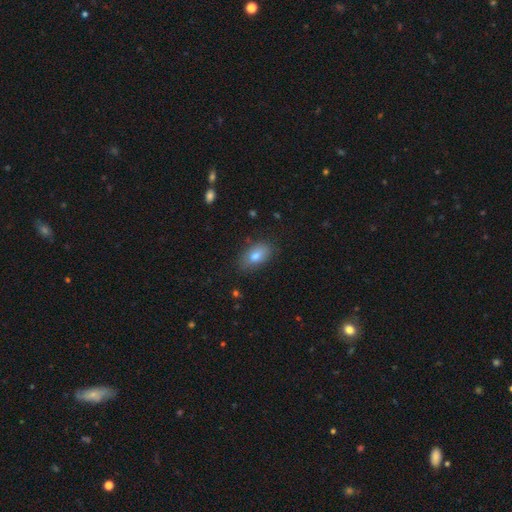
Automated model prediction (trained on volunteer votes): Morphology: type=smooth (78%); roundness=in between (90%); merging=none (80%).